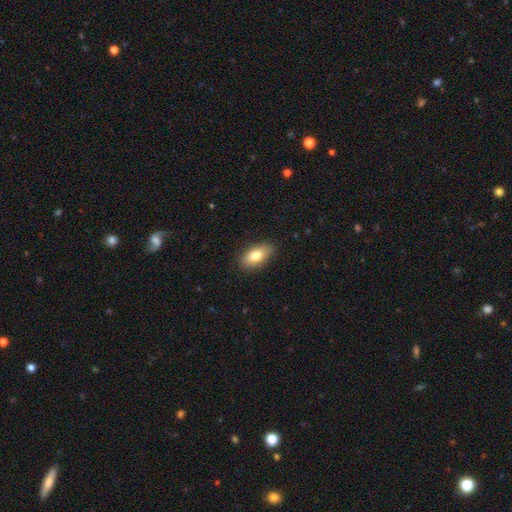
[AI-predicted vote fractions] Q: Smooth or featured?
A: smooth (80%); runner-up: featured or disk (13%)
Q: How rounded?
A: in between (89%); runner-up: cigar-shaped (7%)
Q: Merging?
A: none (86%); runner-up: minor disturbance (10%)